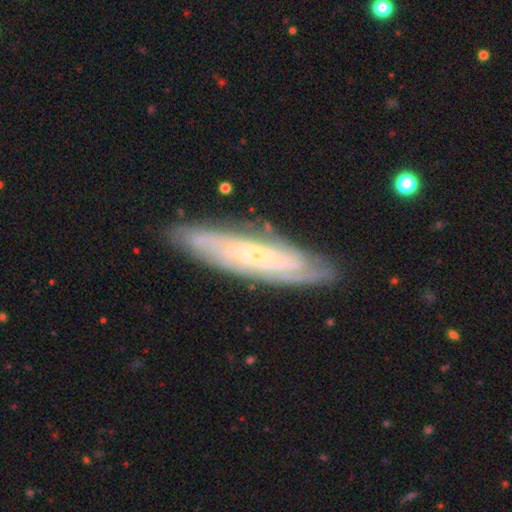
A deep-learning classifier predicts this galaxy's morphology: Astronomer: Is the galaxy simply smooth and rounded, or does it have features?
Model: featured or disk — 75%.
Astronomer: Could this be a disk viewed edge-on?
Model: no — 64%.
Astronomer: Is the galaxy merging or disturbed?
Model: none — 82%.